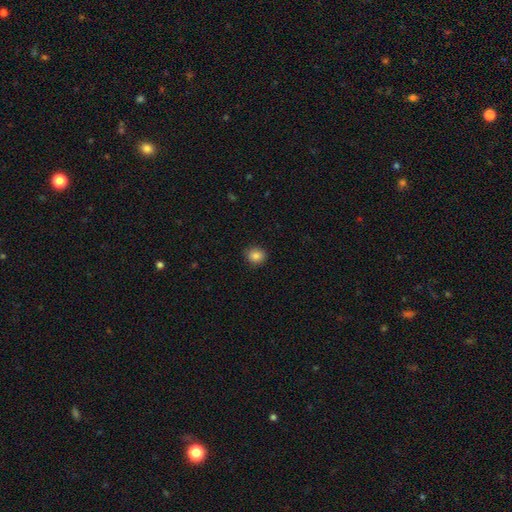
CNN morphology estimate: smooth_or_featured: smooth (p=0.85) [alt: star or artifact p=0.10]
how_rounded: round (p=0.76) [alt: in between p=0.23]
merging: none (p=0.88) [alt: minor disturbance p=0.09]